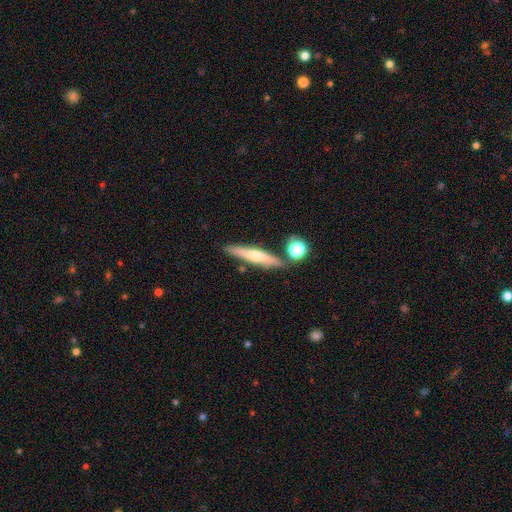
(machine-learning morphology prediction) smooth_or_featured: smooth (p=0.48) [alt: featured or disk p=0.45]
merging: none (p=0.77) [alt: minor disturbance p=0.12]